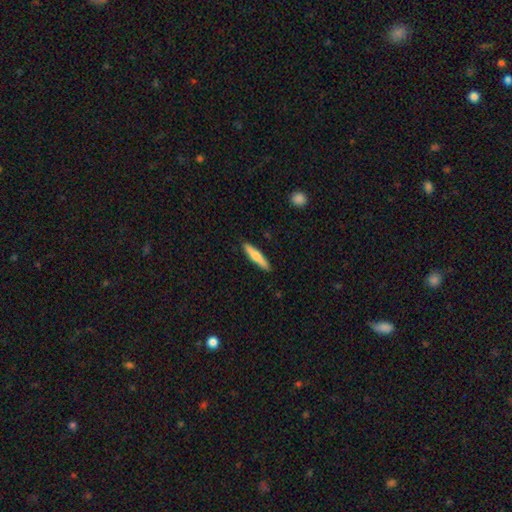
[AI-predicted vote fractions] The model was most divided on "smooth or featured": smooth: 60%, featured or disk: 34%, star or artifact: 5%. More confident: merging — none (90%); how rounded — cigar-shaped (88%).